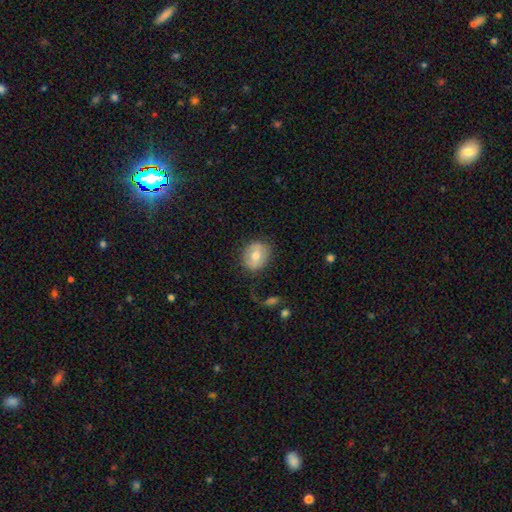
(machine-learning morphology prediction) This appears to be a smooth galaxy with no disk features (58%) that is round (65%). Merging: none (76%).